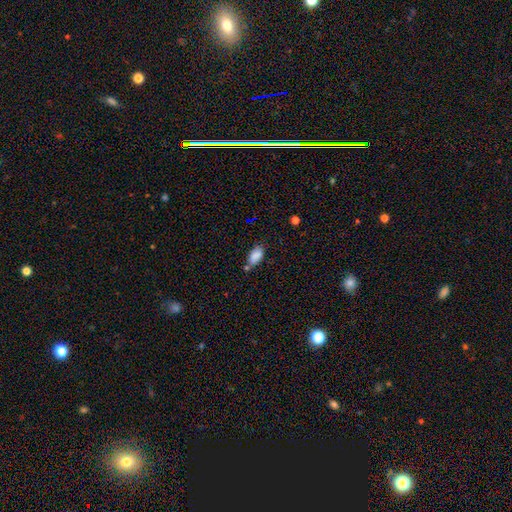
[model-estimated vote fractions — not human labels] smooth_or_featured: smooth (p=0.86) [alt: star or artifact p=0.08]
how_rounded: in between (p=0.91) [alt: cigar-shaped p=0.05]
merging: none (p=0.59) [alt: minor disturbance p=0.22]